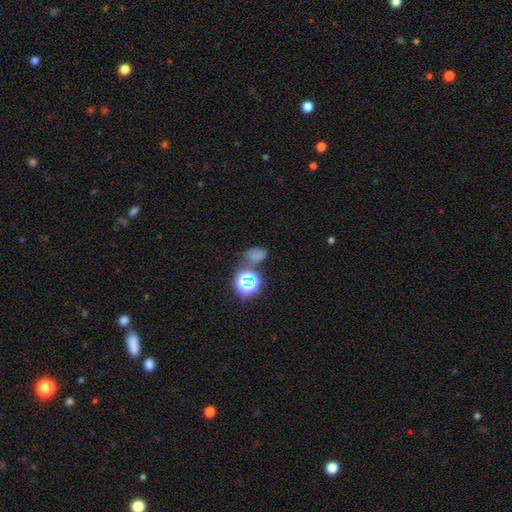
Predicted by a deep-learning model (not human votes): The model was most divided on "smooth or featured": smooth: 54%, star or artifact: 35%, featured or disk: 10%. More confident: how rounded — in between (71%); merging — none (53%).